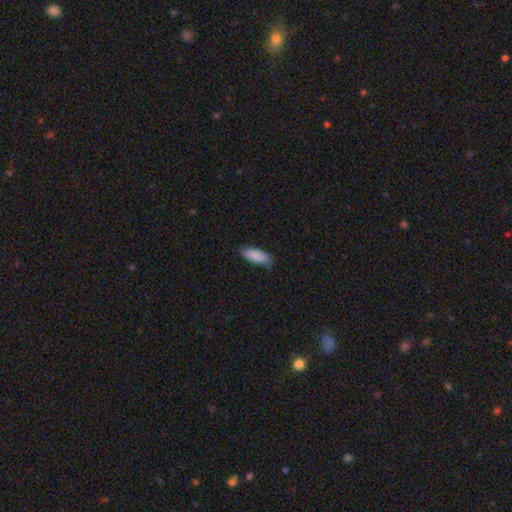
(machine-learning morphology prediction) smooth_or_featured: smooth (p=0.87) [alt: featured or disk p=0.07]
how_rounded: in between (p=0.82) [alt: cigar-shaped p=0.17]
merging: none (p=0.75) [alt: minor disturbance p=0.20]